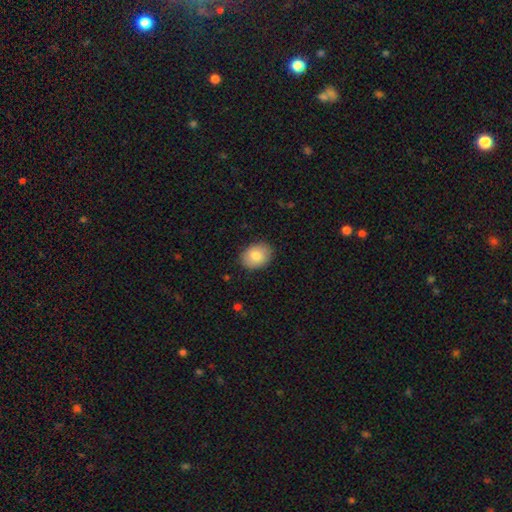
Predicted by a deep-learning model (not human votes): Smooth or featured? smooth (83%)
How rounded? in between (65%)
Merging? none (87%)